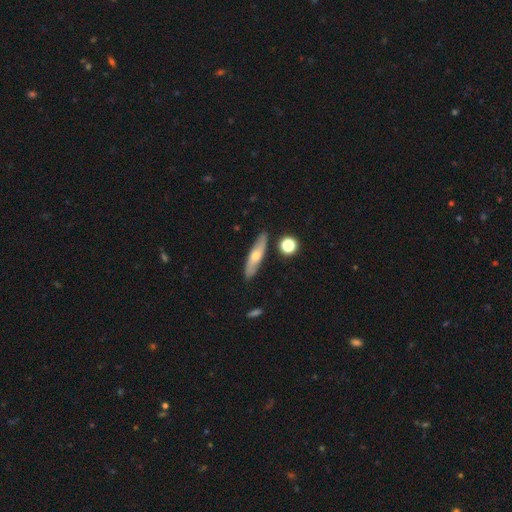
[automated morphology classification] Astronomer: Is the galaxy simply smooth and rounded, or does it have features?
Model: smooth — 56% (runner-up: featured or disk, 38%).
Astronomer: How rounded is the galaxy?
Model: cigar-shaped — 71%.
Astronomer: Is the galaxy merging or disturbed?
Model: none — 85%.